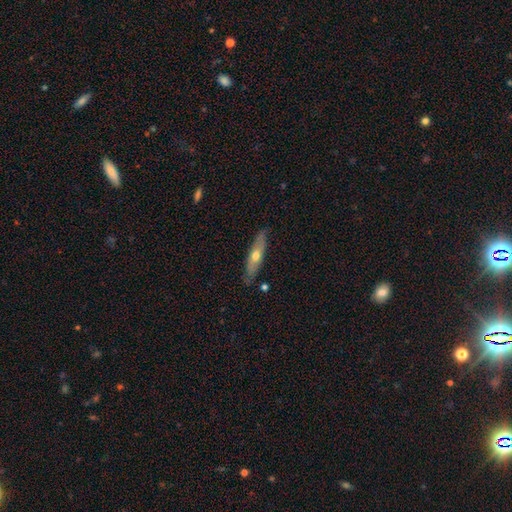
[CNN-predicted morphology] The model was most divided on "smooth or featured": featured or disk: 52%, smooth: 42%, star or artifact: 6%. More confident: merging — none (84%); edge-on disk — yes (72%).